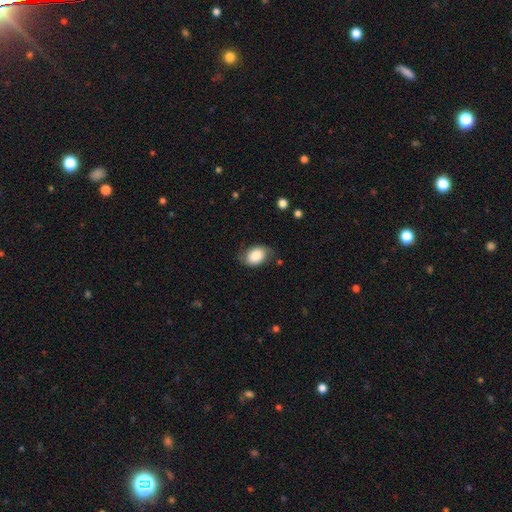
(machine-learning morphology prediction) smooth 77%, featured or disk 16%, star or artifact 7%. Down the decision tree: how rounded — in between (82%); merging — none (66%).